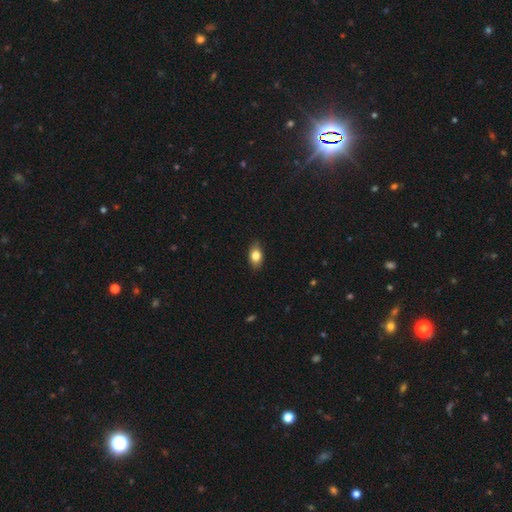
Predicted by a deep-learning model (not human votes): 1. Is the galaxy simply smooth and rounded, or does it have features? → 80% smooth, 12% featured or disk, 8% star or artifact.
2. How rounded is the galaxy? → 83% in between, 14% round, 3% cigar-shaped.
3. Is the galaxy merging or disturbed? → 84% none, 13% minor disturbance, 2% major disturbance, 1% merger.